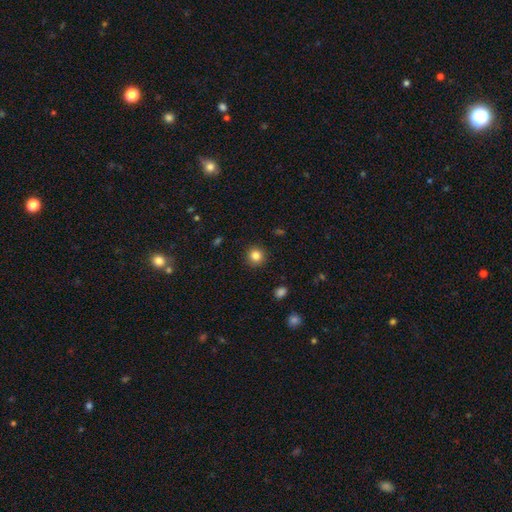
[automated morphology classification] smooth_or_featured: smooth (p=0.83) [alt: star or artifact p=0.11]
how_rounded: round (p=0.93) [alt: in between p=0.06]
merging: none (p=0.91) [alt: minor disturbance p=0.06]